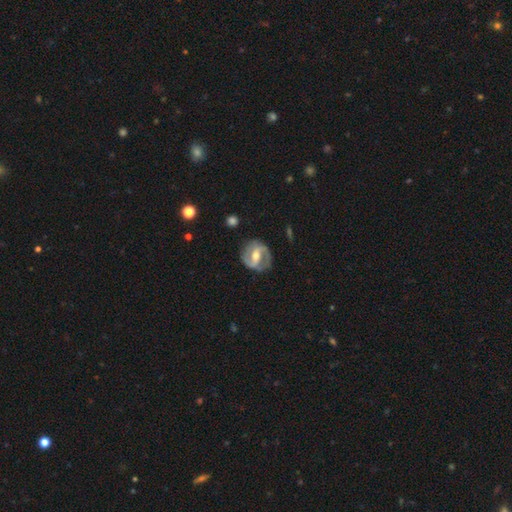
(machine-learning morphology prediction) Smooth or featured: featured or disk — 86% (smooth — 10%)
Edge-on disk: no — 97% (yes — 3%)
Bar: strong — 49% (weak — 37%)
Spiral arms: yes — 92% (no — 8%)
Spiral winding: medium — 50% (tight — 30%)
Spiral arm count: 2 — 90% (can't tell — 4%)
Bulge size: moderate — 67% (small — 28%)
Merging: none — 80% (minor disturbance — 14%)